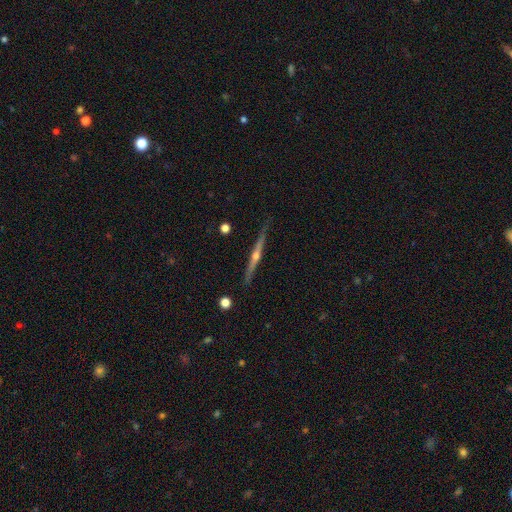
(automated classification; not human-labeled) Q: Smooth or featured?
A: featured or disk (81%); runner-up: smooth (13%)
Q: Edge-on disk?
A: yes (98%); runner-up: no (2%)
Q: Edge-on bulge?
A: rounded (91%); runner-up: none (6%)
Q: Merging?
A: none (88%); runner-up: minor disturbance (9%)